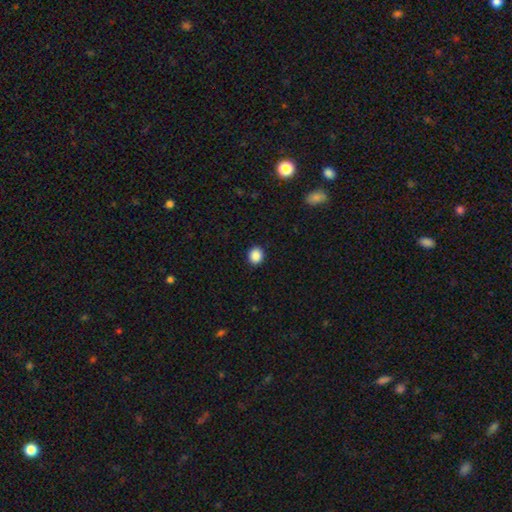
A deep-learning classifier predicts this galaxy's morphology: smooth 88%, star or artifact 9%, featured or disk 2%. Down the decision tree: how rounded — round (78%); merging — none (91%).